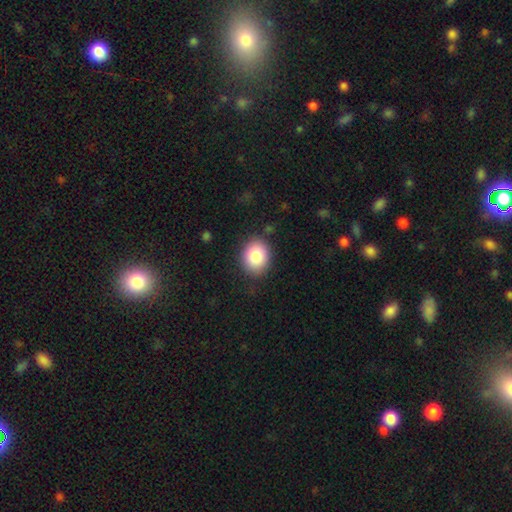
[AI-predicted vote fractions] smooth 83%, star or artifact 8%, featured or disk 8%. Down the decision tree: how rounded — round (59%); merging — none (85%).